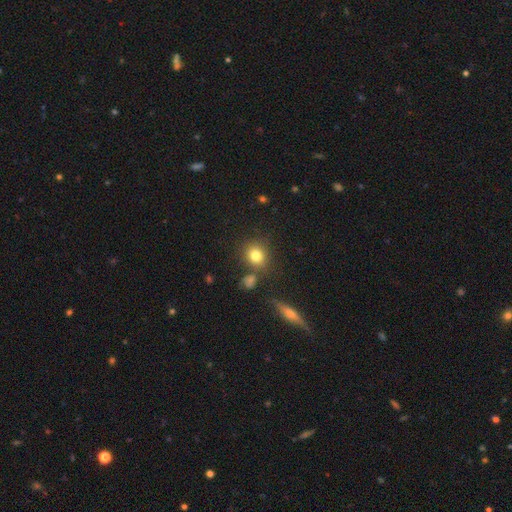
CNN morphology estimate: type=smooth (79%); roundness=round (78%); merging=none (76%).